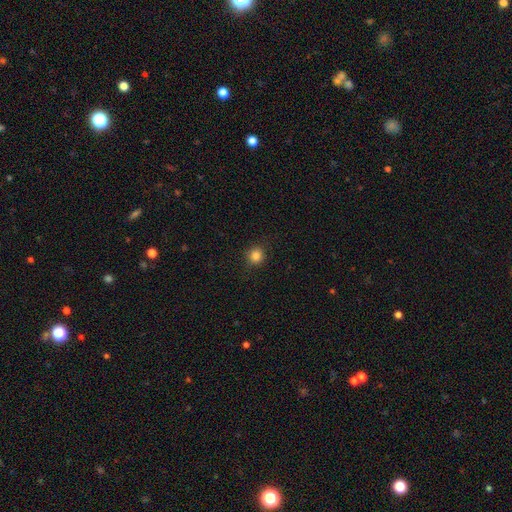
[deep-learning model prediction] This appears to be a smooth galaxy with no disk features (84%) that is round (89%). Merging: none (89%).